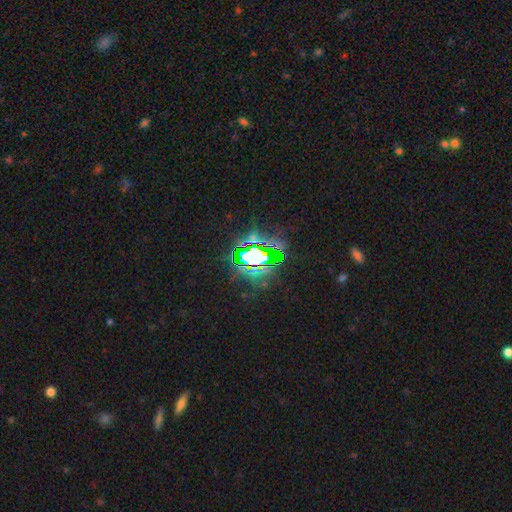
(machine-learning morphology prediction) smooth_or_featured: star or artifact (p=0.73) [alt: featured or disk p=0.14]